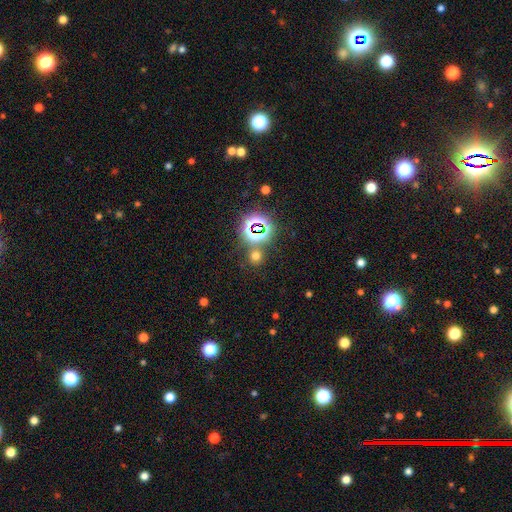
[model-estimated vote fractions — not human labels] Smooth or featured?
  - smooth: 56% *
  - star or artifact: 37%
  - featured or disk: 7%
How rounded?
  - round: 87% *
  - in between: 12%
  - cigar-shaped: 1%
Merging?
  - none: 75% *
  - merger: 14%
  - minor disturbance: 8%
  - major disturbance: 4%